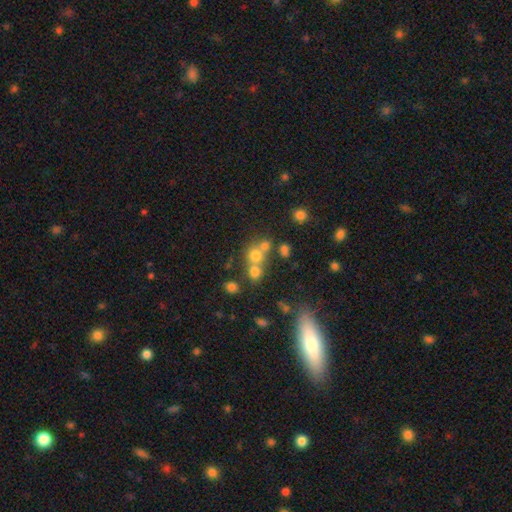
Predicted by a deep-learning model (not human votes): smooth-or-featured: smooth: 67% | star or artifact: 19% | featured or disk: 14%
  how-rounded: round: 81% | in between: 17% | cigar-shaped: 1%
  merging: merger: 45% | none: 43% | minor disturbance: 8% | major disturbance: 4%